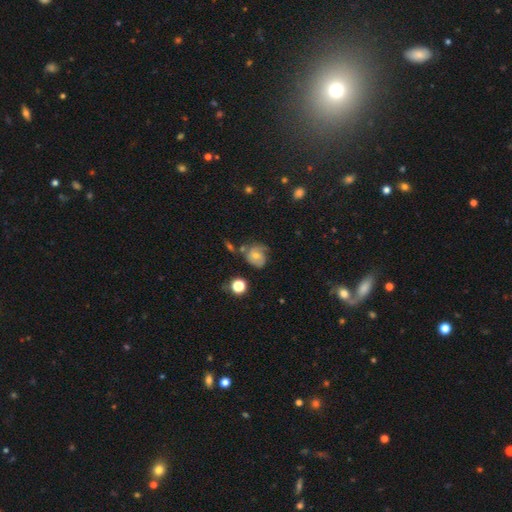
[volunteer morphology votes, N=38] This appears to be a featured or disk galaxy (50%) with no bar (58%), 1 (41%) tight (59%) spiral arms (89%) and a moderate central bulge (58%). Merging: minor disturbance (56%).